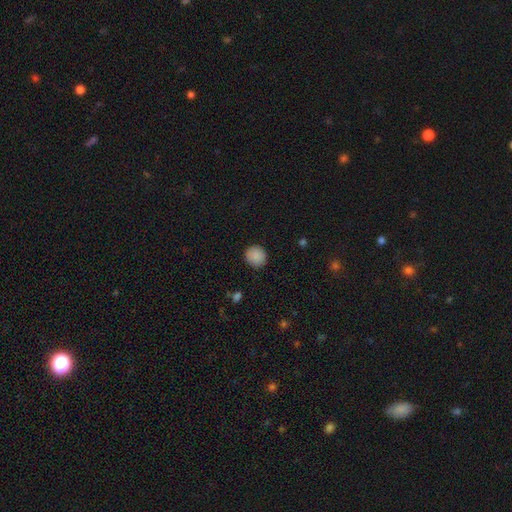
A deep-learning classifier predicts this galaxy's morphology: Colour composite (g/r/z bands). It shows a smooth galaxy with no disk features (88%) that is round (90%). Merging: none (89%).